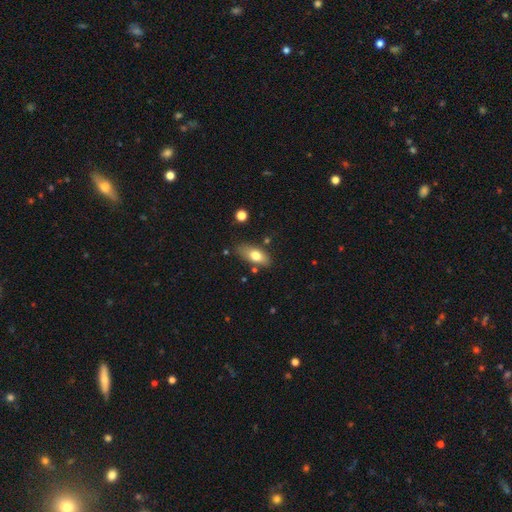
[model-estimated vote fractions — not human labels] Overall: smooth (72%). How rounded: in between (84%). Merging: none (76%).